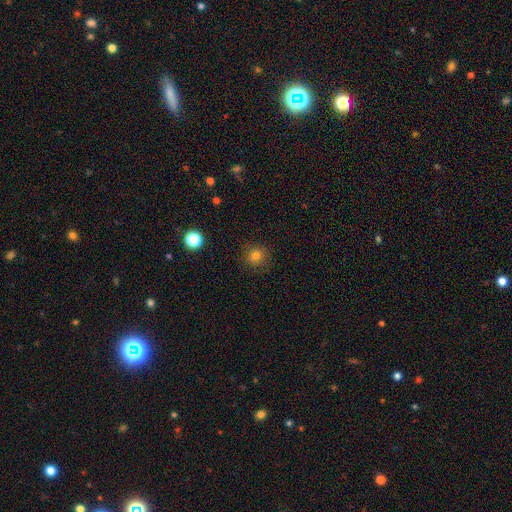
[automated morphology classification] Smooth or featured? smooth (79%)
How rounded? round (92%)
Merging? none (88%)